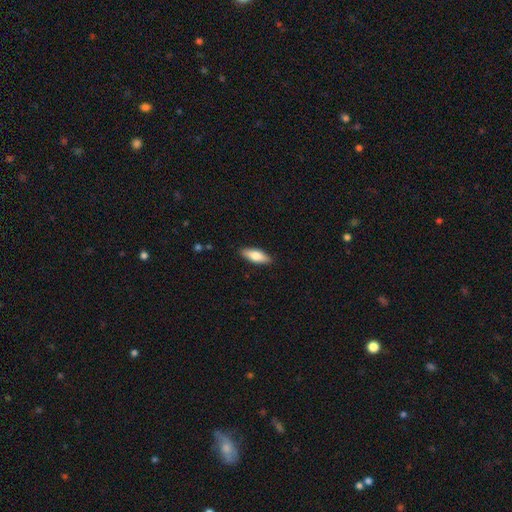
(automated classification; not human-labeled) Overall: smooth (74%). How rounded: in between (64%; cigar-shaped 34%). Merging: none (89%).